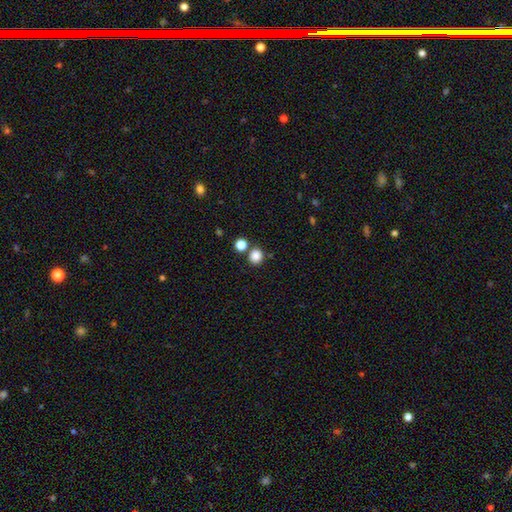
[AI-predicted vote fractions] A smooth galaxy with no disk features (84%) that is round (87%). Merging: none (77%).